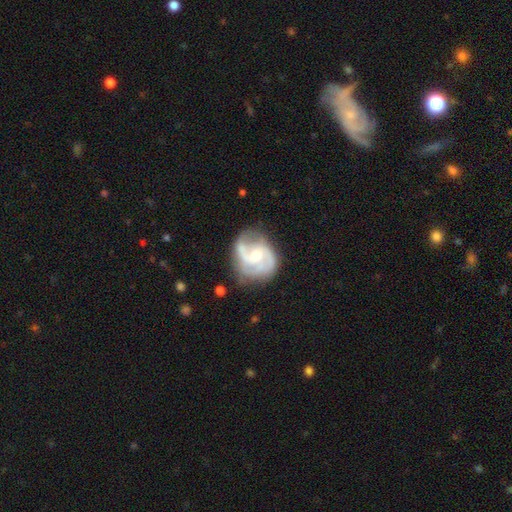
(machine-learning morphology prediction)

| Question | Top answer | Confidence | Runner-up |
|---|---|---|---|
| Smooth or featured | featured or disk | 87% | smooth (9%) |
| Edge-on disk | no | 98% | yes (2%) |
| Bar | no | 55% | weak (37%) |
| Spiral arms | yes | 96% | no (4%) |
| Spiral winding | medium | 53% | tight (25%) |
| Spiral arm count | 2 | 58% | 3 (24%) |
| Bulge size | moderate | 54% | small (41%) |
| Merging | none | 68% | minor disturbance (20%) |